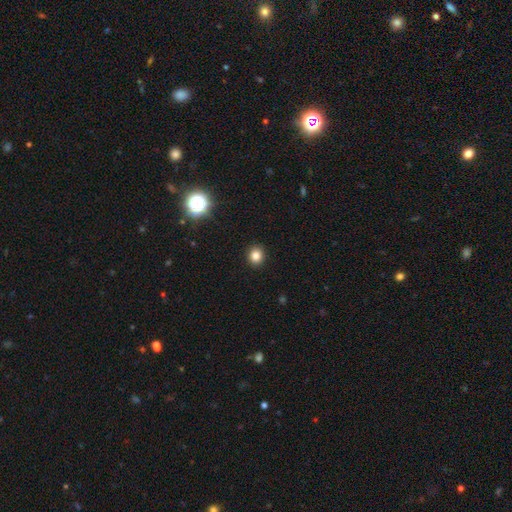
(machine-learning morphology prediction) Overall: smooth (81%). How rounded: round (84%). Merging: none (92%).